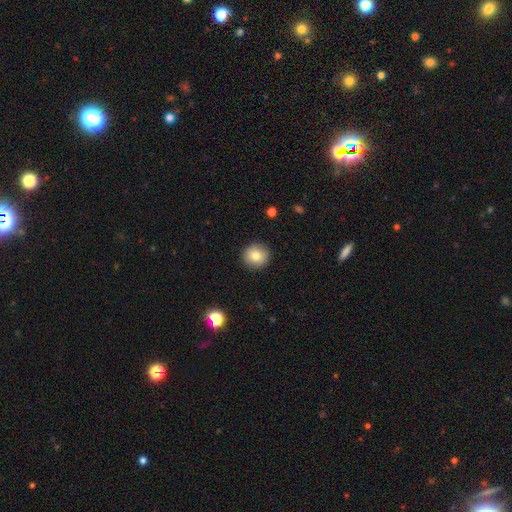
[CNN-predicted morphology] smooth_or_featured: smooth (p=0.80) [alt: featured or disk p=0.10]
how_rounded: round (p=0.94) [alt: in between p=0.05]
merging: none (p=0.92) [alt: minor disturbance p=0.06]